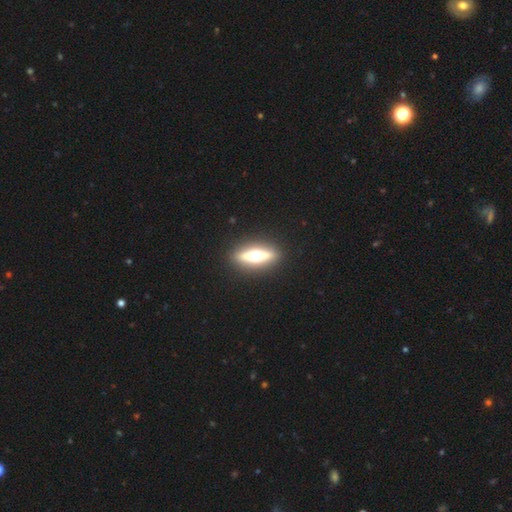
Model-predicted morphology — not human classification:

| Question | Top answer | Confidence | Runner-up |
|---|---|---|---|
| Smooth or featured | featured or disk | 66% | smooth (27%) |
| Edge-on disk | yes | 91% | no (9%) |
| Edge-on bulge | rounded | 95% | boxy (3%) |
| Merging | none | 91% | minor disturbance (6%) |